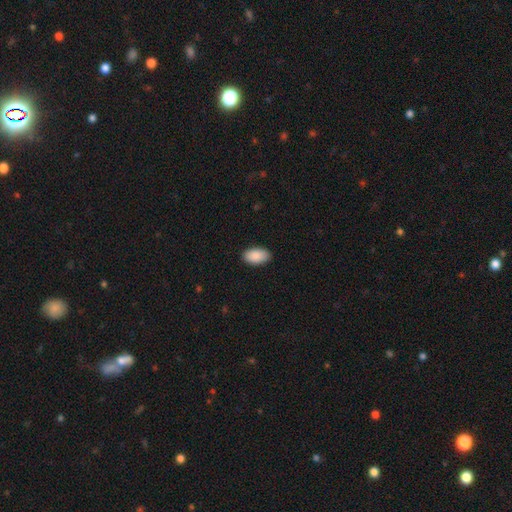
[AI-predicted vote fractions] A smooth galaxy with no disk features (90%) that is in between round and cigar-shaped (95%).

Vote fractions:
- Smooth or featured? smooth: 90% / star or artifact: 6% / featured or disk: 4%
- How rounded? in between: 95% / round: 3% / cigar-shaped: 2%
- Merging? none: 87% / minor disturbance: 10% / major disturbance: 2% / merger: 1%